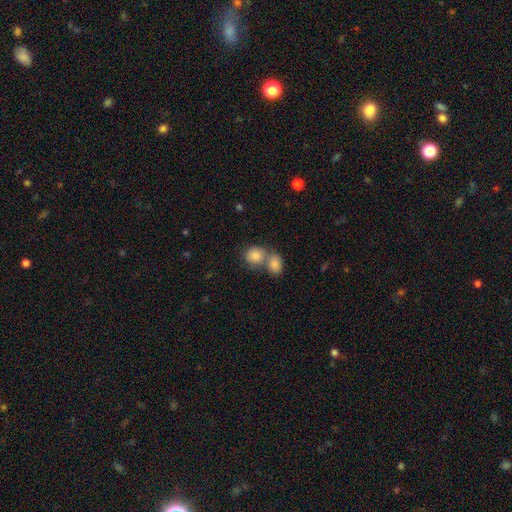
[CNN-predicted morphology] Smooth or featured?
  - smooth: 83% *
  - star or artifact: 9%
  - featured or disk: 8%
How rounded?
  - round: 71% *
  - in between: 28%
  - cigar-shaped: 1%
Merging?
  - merger: 53% *
  - none: 37%
  - minor disturbance: 7%
  - major disturbance: 3%